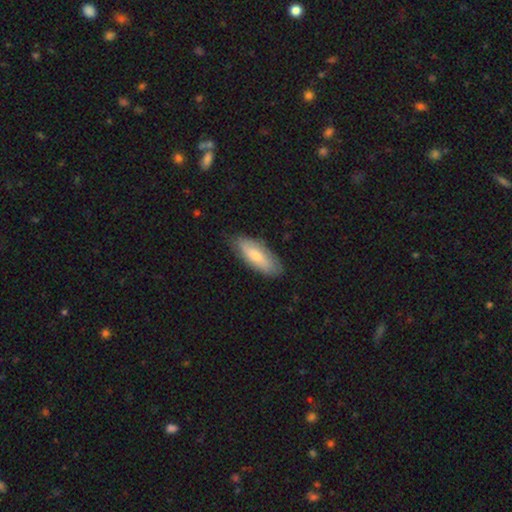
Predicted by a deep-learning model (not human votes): smooth-or-featured: smooth: 67% | featured or disk: 28% | star or artifact: 5%
  how-rounded: in between: 74% | cigar-shaped: 24% | round: 2%
  merging: none: 76% | minor disturbance: 19% | major disturbance: 4% | merger: 1%